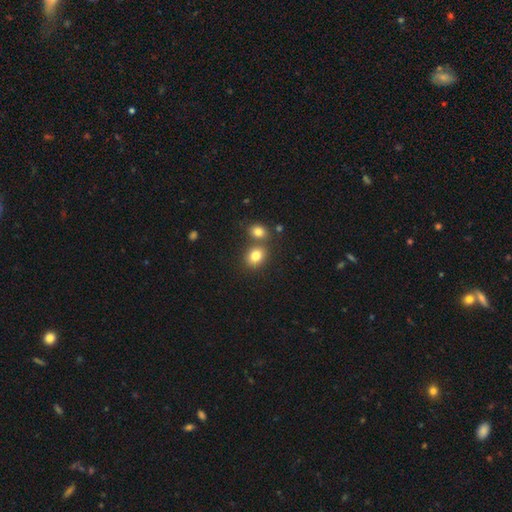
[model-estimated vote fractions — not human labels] Smooth or featured: smooth — 81% (star or artifact — 11%)
How rounded: round — 50% (in between — 49%)
Merging: none — 59% (merger — 28%)